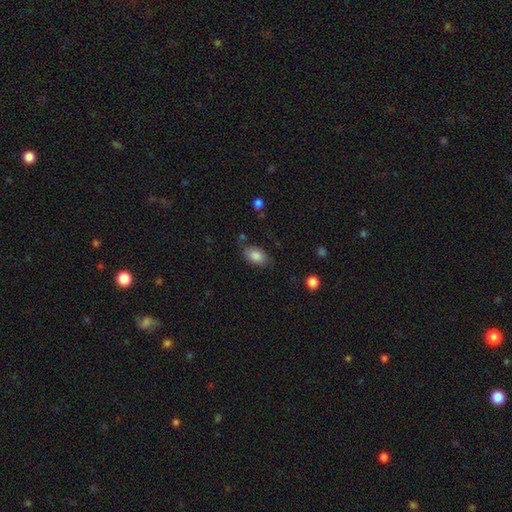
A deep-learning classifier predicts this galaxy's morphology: smooth 86%, featured or disk 7%, star or artifact 7%. Down the decision tree: how rounded — in between (91%); merging — none (74%).